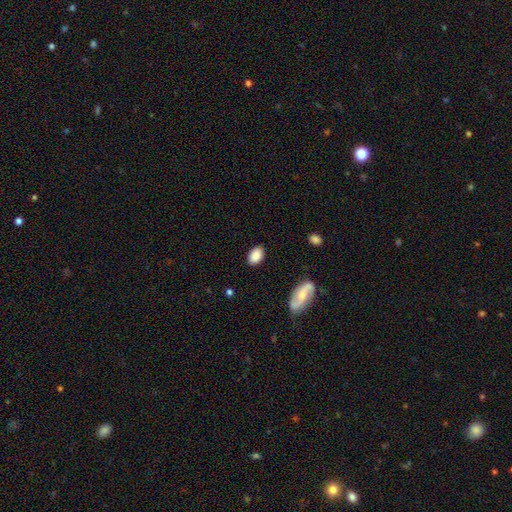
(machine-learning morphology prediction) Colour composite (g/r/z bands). It shows a smooth galaxy with no disk features (86%) that is in between round and cigar-shaped (90%). Merging: none (84%).